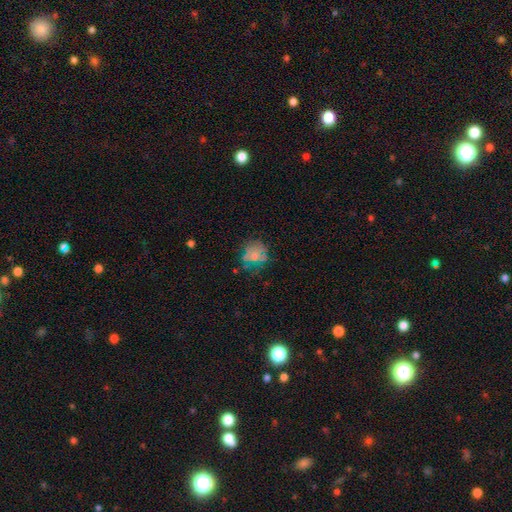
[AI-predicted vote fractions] Smooth or featured: smooth — 54% (featured or disk — 27%)
How rounded: round — 71% (in between — 28%)
Merging: none — 55% (minor disturbance — 24%)